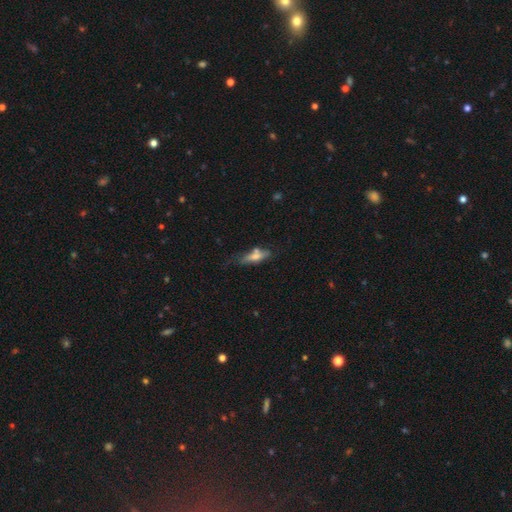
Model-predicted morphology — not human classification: A smooth galaxy with no disk features (58%) that is cigar-shaped (55%). Merging: none (50%).